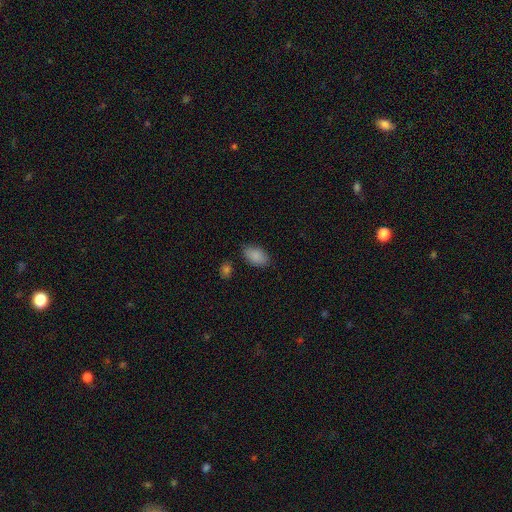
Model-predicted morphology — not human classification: A smooth galaxy with no disk features (88%) that is in between round and cigar-shaped (93%).

Vote fractions:
- Smooth or featured? smooth: 88% / star or artifact: 7% / featured or disk: 4%
- How rounded? in between: 93% / round: 6% / cigar-shaped: 1%
- Merging? none: 81% / minor disturbance: 14% / major disturbance: 3% / merger: 2%